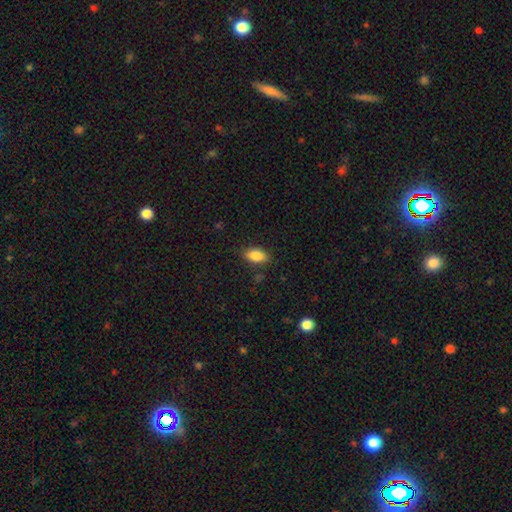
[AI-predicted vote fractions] smooth_or_featured: smooth (p=0.86) [alt: star or artifact p=0.08]
how_rounded: in between (p=0.90) [alt: cigar-shaped p=0.06]
merging: none (p=0.84) [alt: minor disturbance p=0.11]